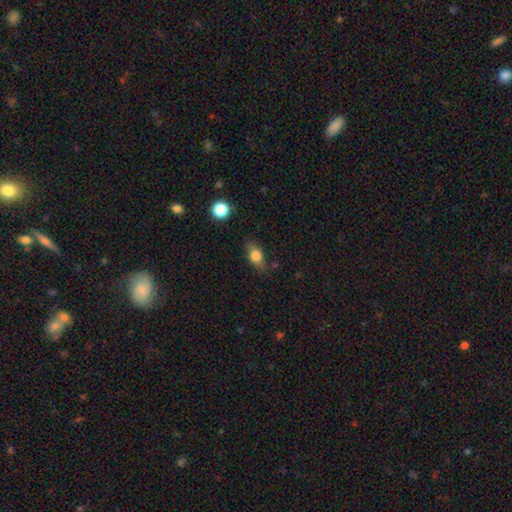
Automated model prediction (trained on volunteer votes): smooth_or_featured: smooth (p=0.77) [alt: featured or disk p=0.14]
how_rounded: in between (p=0.75) [alt: round p=0.18]
merging: none (p=0.74) [alt: minor disturbance p=0.18]